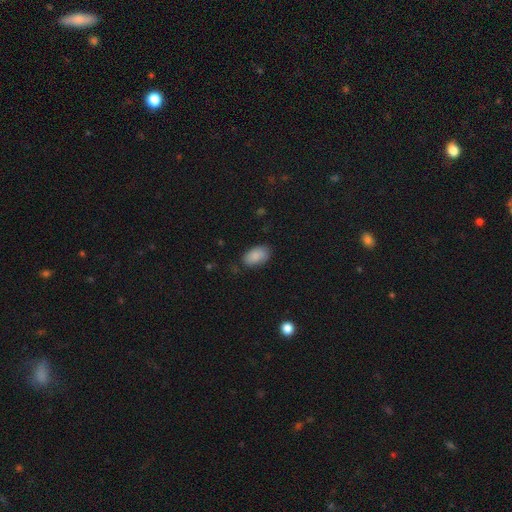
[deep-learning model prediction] Smooth or featured? Predicted: smooth (p=0.85). How rounded? Predicted: in between (p=0.93). Merging? Predicted: none (p=0.77).